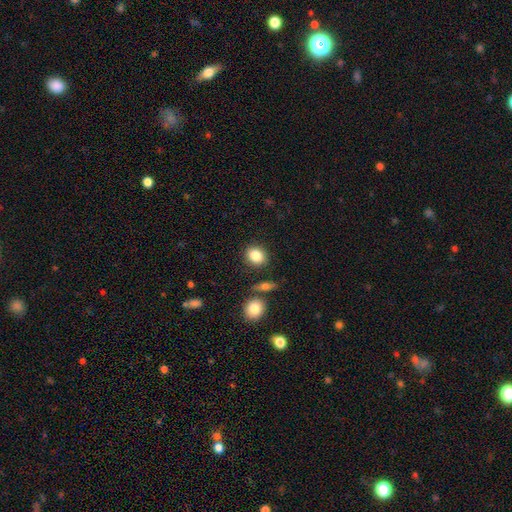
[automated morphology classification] This is clearly a smooth galaxy (85%). How rounded: likely round (61%). Merging: clearly none (83%).